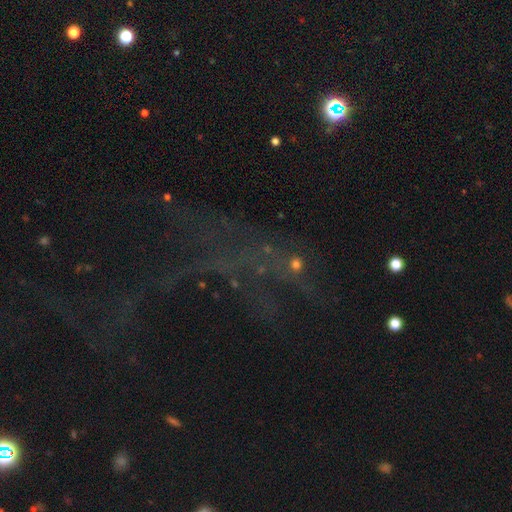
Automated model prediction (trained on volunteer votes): A star or artifact, not a galaxy (58%).

Vote fractions:
- Smooth or featured? star or artifact: 58% / featured or disk: 24% / smooth: 17%